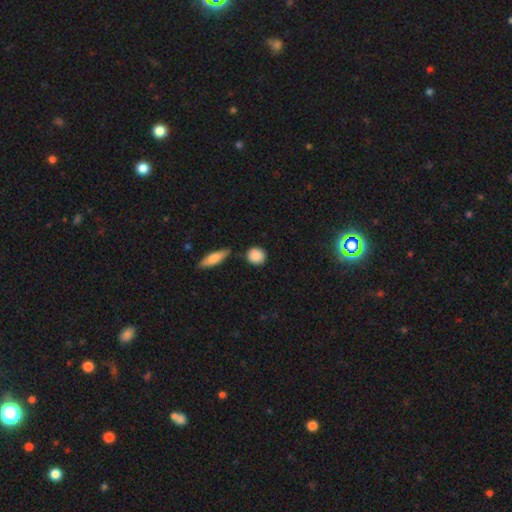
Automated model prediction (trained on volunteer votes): smooth_or_featured: smooth (p=0.87) [alt: star or artifact p=0.07]
how_rounded: round (p=0.81) [alt: in between p=0.16]
merging: none (p=0.80) [alt: minor disturbance p=0.12]